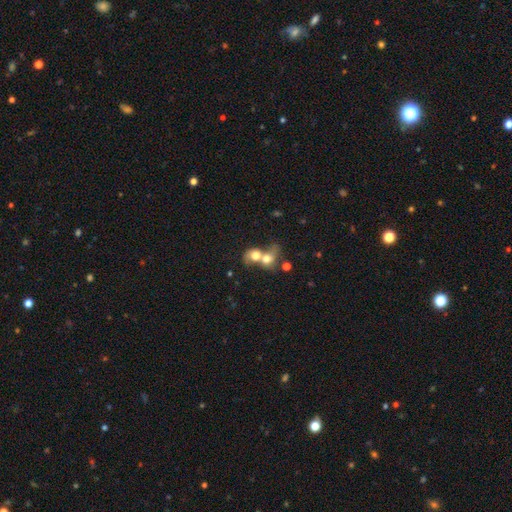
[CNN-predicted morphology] type=smooth (60%); roundness=round (57%); merging=merger (79%).